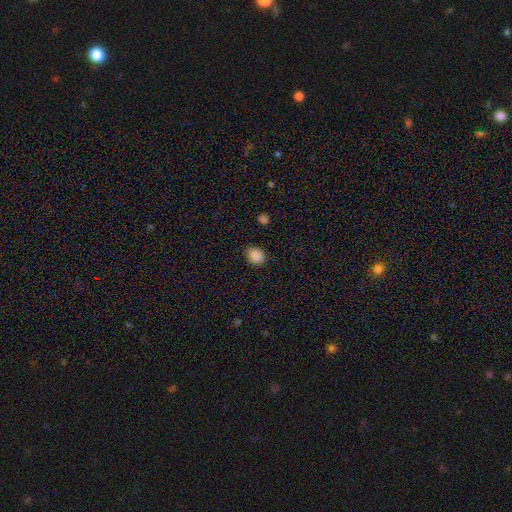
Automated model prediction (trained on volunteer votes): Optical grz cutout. It shows a smooth galaxy with no disk features (87%) that is round (57%). Merging: none (83%).